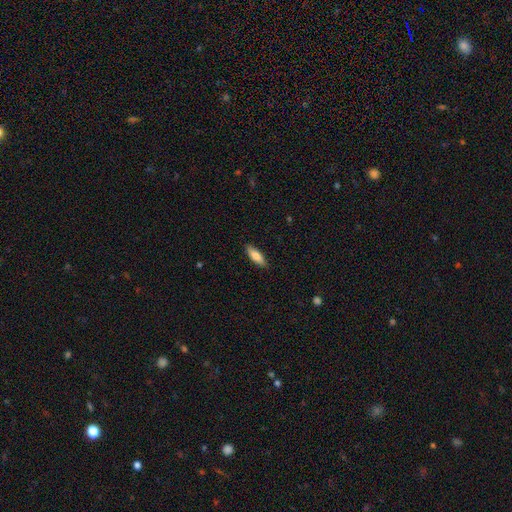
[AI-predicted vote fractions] Overall: smooth (80%). How rounded: in between (56%; cigar-shaped 42%). Merging: none (88%).